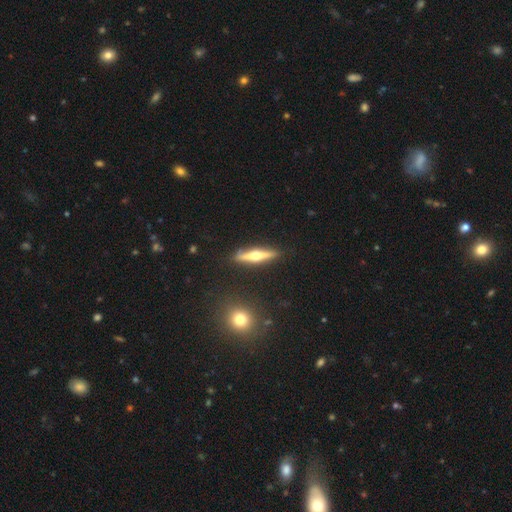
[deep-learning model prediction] This is likely a featured or disk galaxy (65%). It is clearly viewed edge-on (96%). Edge-on bulge: clearly rounded (93%). Merging: clearly none (89%).